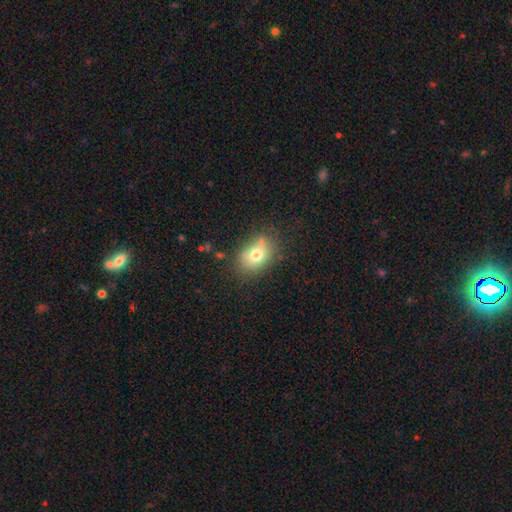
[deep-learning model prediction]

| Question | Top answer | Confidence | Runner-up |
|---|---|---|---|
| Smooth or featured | smooth | 71% | star or artifact (16%) |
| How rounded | in between | 64% | round (34%) |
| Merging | none | 76% | minor disturbance (16%) |